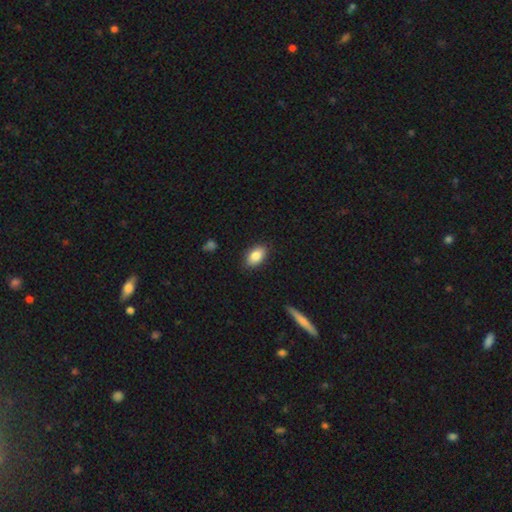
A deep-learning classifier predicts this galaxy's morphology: The model was most divided on "smooth or featured": smooth: 84%, featured or disk: 9%, star or artifact: 7%. More confident: how rounded — in between (91%); merging — none (87%).